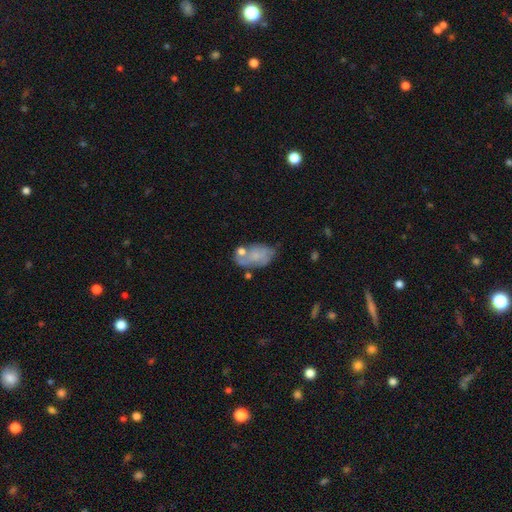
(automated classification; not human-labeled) smooth_or_featured: smooth (p=0.47) [alt: featured or disk p=0.44]
merging: none (p=0.45) [alt: minor disturbance p=0.26]